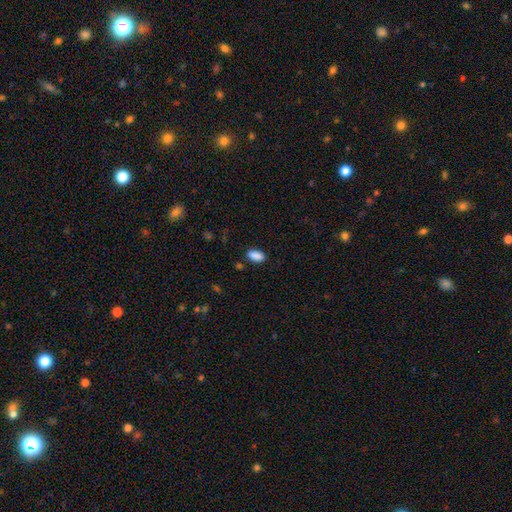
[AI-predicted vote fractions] Smooth or featured?
  - smooth: 89% *
  - star or artifact: 8%
  - featured or disk: 3%
How rounded?
  - in between: 92% *
  - round: 4%
  - cigar-shaped: 4%
Merging?
  - none: 85% *
  - minor disturbance: 11%
  - major disturbance: 2%
  - merger: 2%